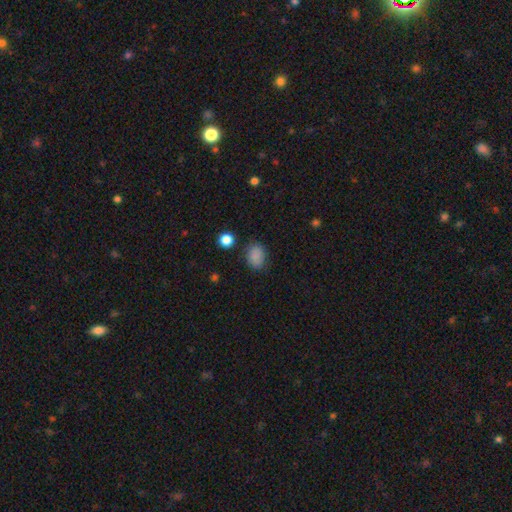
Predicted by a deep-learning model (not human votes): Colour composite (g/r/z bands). It shows a smooth galaxy with no disk features (86%) that is in between round and cigar-shaped (66%). Merging: none (81%).